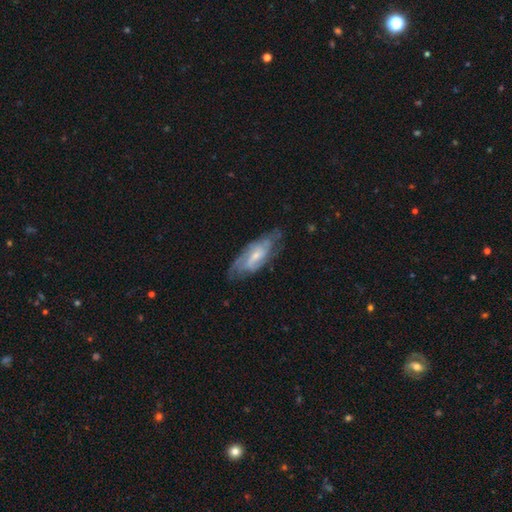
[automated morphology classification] featured or disk 71%, smooth 22%, star or artifact 6%. Down the decision tree: edge-on disk — no (87%); bar — weak (46%); spiral arms — yes (86%); spiral arm count — 2 (44%); spiral winding — medium (43%); bulge size — small (57%); merging — none (67%).